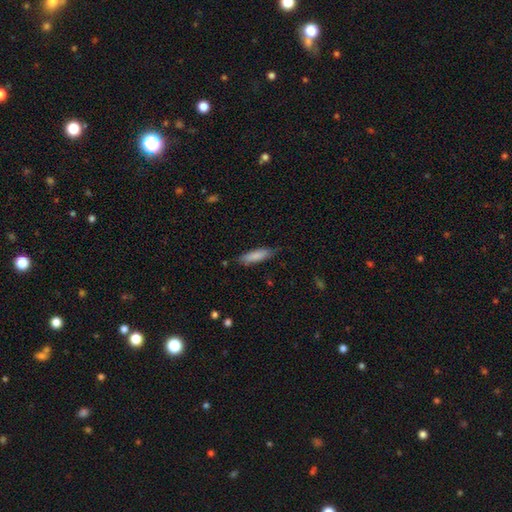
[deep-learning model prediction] Smooth or featured?
  - smooth: 82% *
  - featured or disk: 12%
  - star or artifact: 6%
How rounded?
  - cigar-shaped: 65% *
  - in between: 34%
  - round: 1%
Merging?
  - none: 76% *
  - minor disturbance: 19%
  - major disturbance: 3%
  - merger: 2%